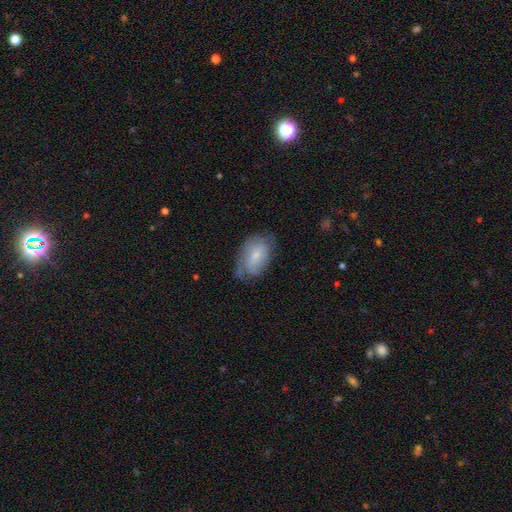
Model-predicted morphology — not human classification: smooth-or-featured: smooth: 57% | featured or disk: 36% | star or artifact: 7%
  how-rounded: in between: 90% | round: 8% | cigar-shaped: 2%
  merging: none: 56% | minor disturbance: 30% | major disturbance: 12% | merger: 2%